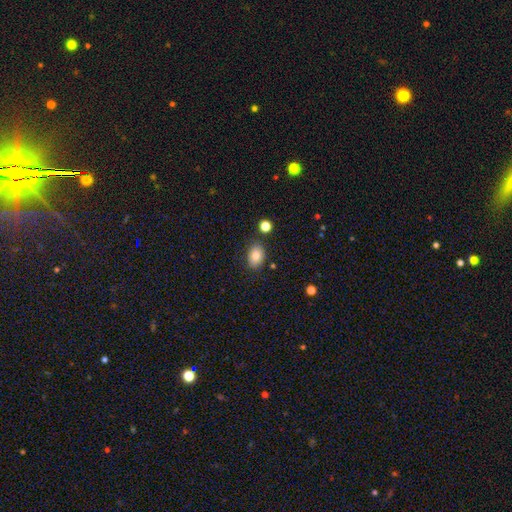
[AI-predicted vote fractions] Smooth or featured: smooth — 83% (star or artifact — 9%)
How rounded: in between — 81% (round — 18%)
Merging: none — 81% (minor disturbance — 12%)